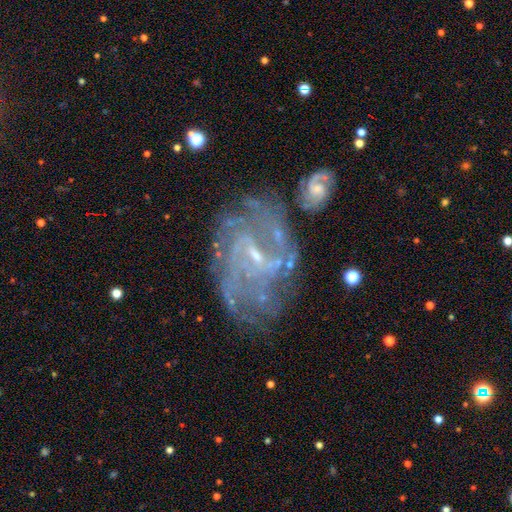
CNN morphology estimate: A featured or disk galaxy (84%) with a weak bar (53%), tight (51%) spiral arms (91%) and a small central bulge (77%). Merging: none (59%).